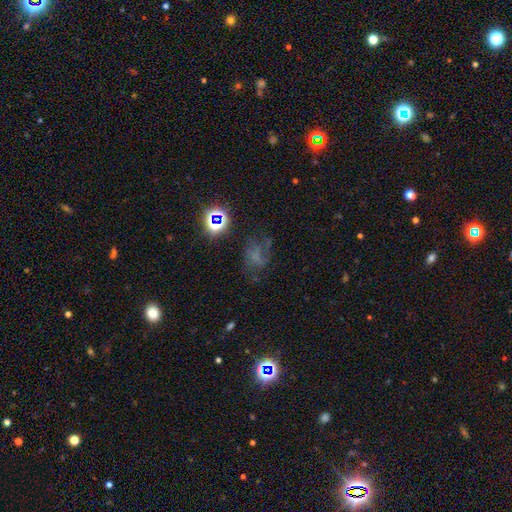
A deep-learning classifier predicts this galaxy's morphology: The model was most divided on "smooth or featured": star or artifact: 34%, smooth: 33%, featured or disk: 33%.